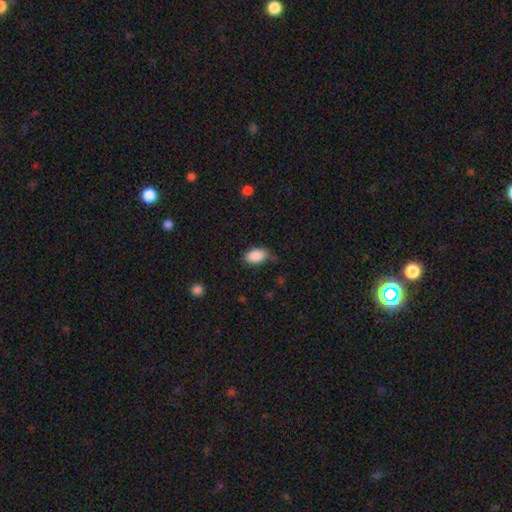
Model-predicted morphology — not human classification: Smooth or featured: smooth — 88% (star or artifact — 7%)
How rounded: in between — 92% (round — 7%)
Merging: none — 66% (minor disturbance — 26%)